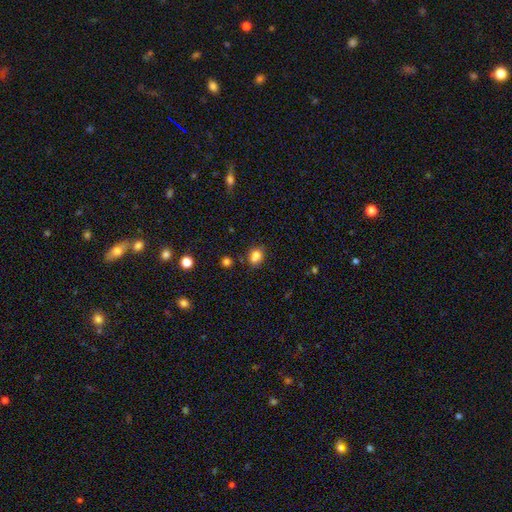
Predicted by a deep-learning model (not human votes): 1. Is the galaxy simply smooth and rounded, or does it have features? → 79% smooth, 13% star or artifact, 8% featured or disk.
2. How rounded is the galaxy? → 57% in between, 42% round, 1% cigar-shaped.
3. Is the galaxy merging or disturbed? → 65% none, 19% minor disturbance, 11% merger, 5% major disturbance.